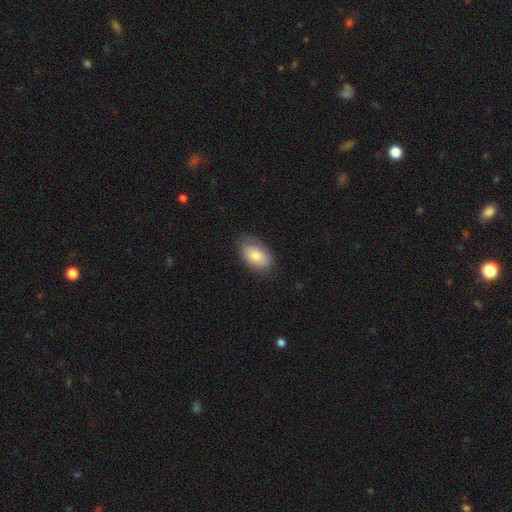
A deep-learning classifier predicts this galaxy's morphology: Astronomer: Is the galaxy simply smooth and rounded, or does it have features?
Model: smooth — 79%.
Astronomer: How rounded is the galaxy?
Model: in between — 92%.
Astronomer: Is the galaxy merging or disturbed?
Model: none — 79%.